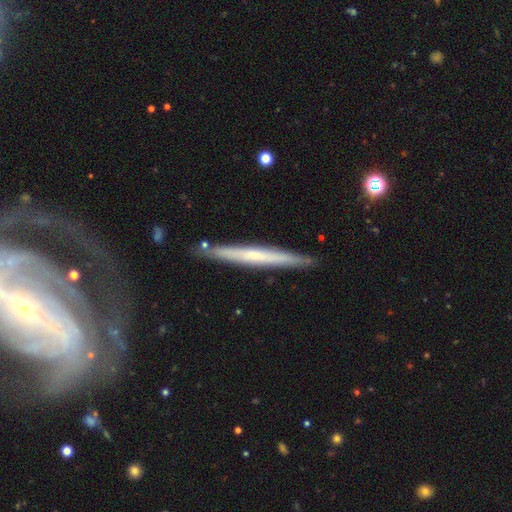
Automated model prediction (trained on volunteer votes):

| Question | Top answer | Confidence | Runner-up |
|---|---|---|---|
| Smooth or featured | featured or disk | 52% | smooth (43%) |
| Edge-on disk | yes | 96% | no (4%) |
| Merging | none | 87% | minor disturbance (9%) |